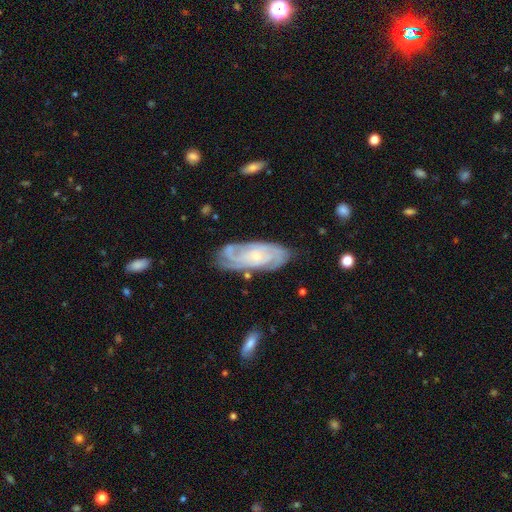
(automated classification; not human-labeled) Morphology: type=featured or disk (84%); edge-on=no (94%); bar=no (70%); spiral arms=yes (97%); winding=tight (69%); arm count=can't tell (25%); bulge=small (72%); merging=none (76%).